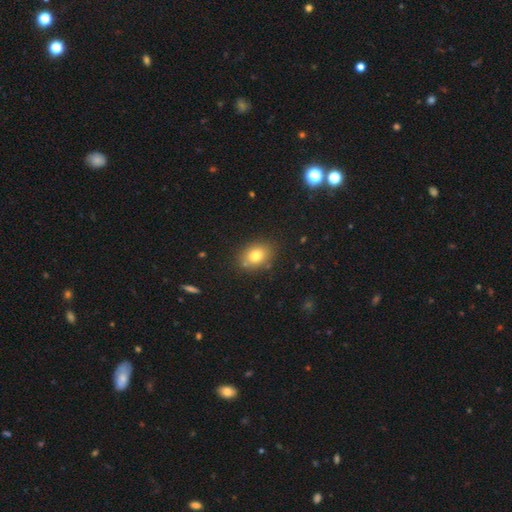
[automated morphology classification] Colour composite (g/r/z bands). It shows a smooth galaxy with no disk features (78%) that is in between round and cigar-shaped (62%). Merging: none (82%).